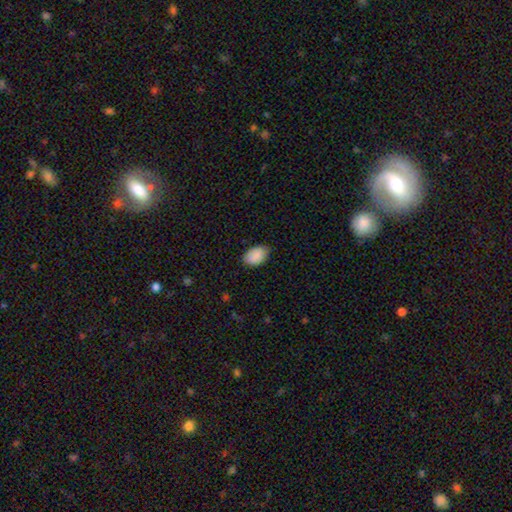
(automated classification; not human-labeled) Overall: smooth (90%). How rounded: in between (86%). Merging: none (77%).